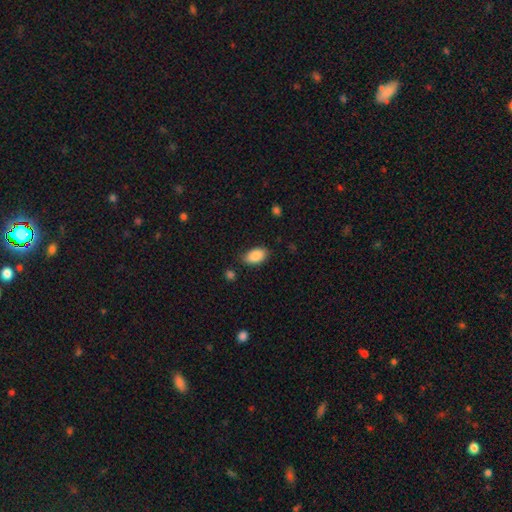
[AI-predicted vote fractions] This is clearly a smooth galaxy (88%). How rounded: clearly in between (93%). Merging: clearly none (80%).